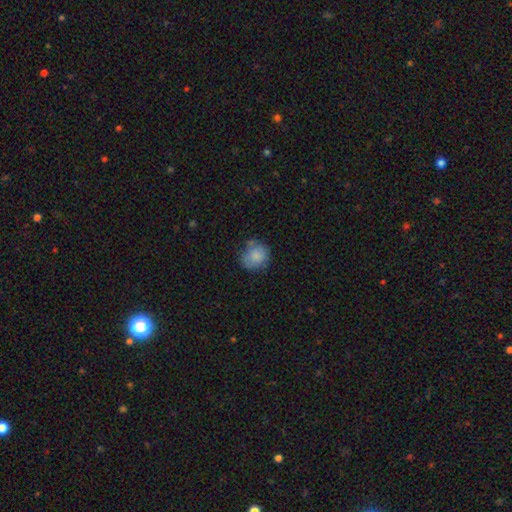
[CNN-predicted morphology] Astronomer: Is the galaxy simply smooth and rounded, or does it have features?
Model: smooth — 80%.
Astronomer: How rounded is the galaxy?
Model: round — 77%.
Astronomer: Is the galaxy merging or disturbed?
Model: none — 60%.